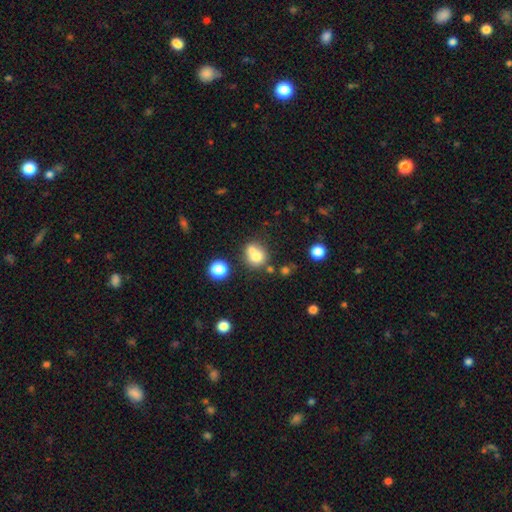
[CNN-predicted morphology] Smooth or featured?
  - smooth: 71% *
  - featured or disk: 16%
  - star or artifact: 13%
How rounded?
  - round: 82% *
  - in between: 17%
  - cigar-shaped: 1%
Merging?
  - merger: 44% *
  - none: 43%
  - minor disturbance: 9%
  - major disturbance: 4%